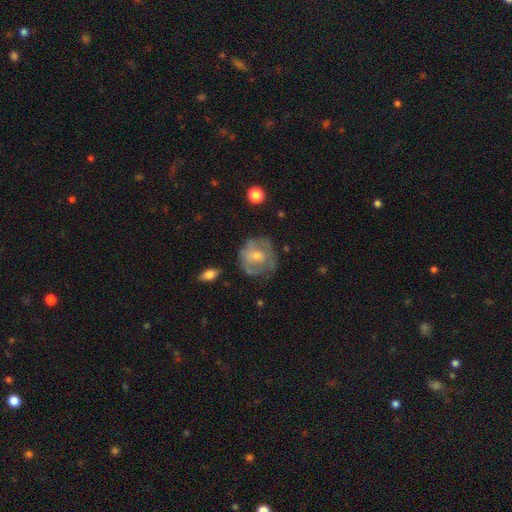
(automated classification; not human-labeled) Morphology: type=featured or disk (57%); edge-on=no (96%); bar=no (63%); spiral arms=yes (55%); bulge=moderate (47%); merging=none (62%).